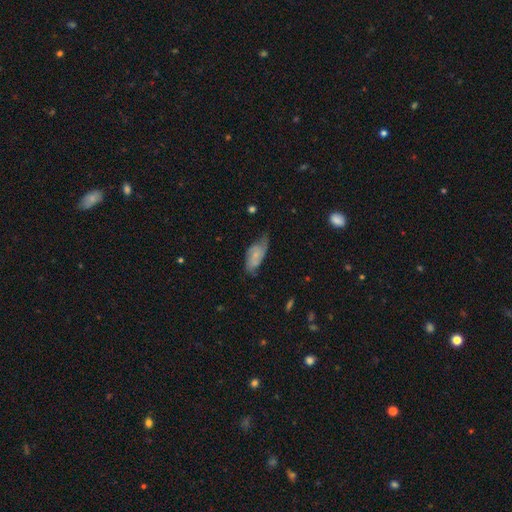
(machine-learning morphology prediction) This appears to be a featured or disk galaxy (54%). Merging: none (52%).